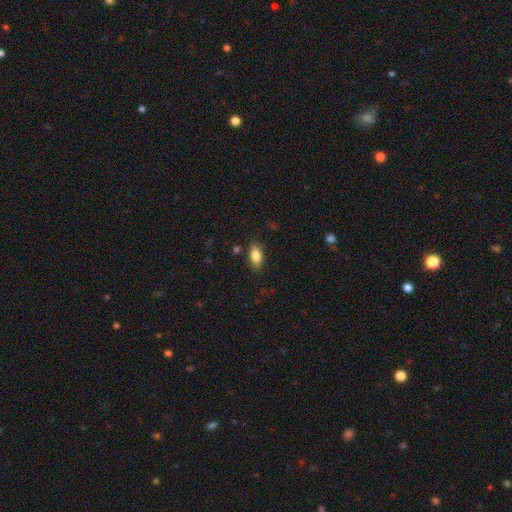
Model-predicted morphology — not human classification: A smooth galaxy with no disk features (84%) that is in between round and cigar-shaped (88%).

Vote fractions:
- Smooth or featured? smooth: 84% / featured or disk: 8% / star or artifact: 8%
- How rounded? in between: 88% / cigar-shaped: 6% / round: 6%
- Merging? none: 84% / minor disturbance: 12% / major disturbance: 3% / merger: 2%